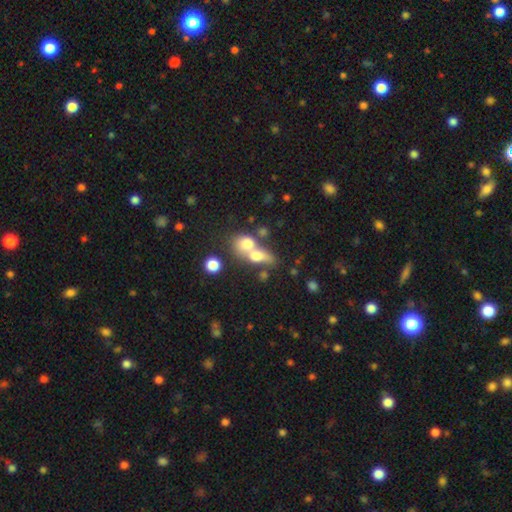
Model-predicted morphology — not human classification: Smooth or featured? smooth (68%)
How rounded? in between (54%)
Merging? merger (68%)